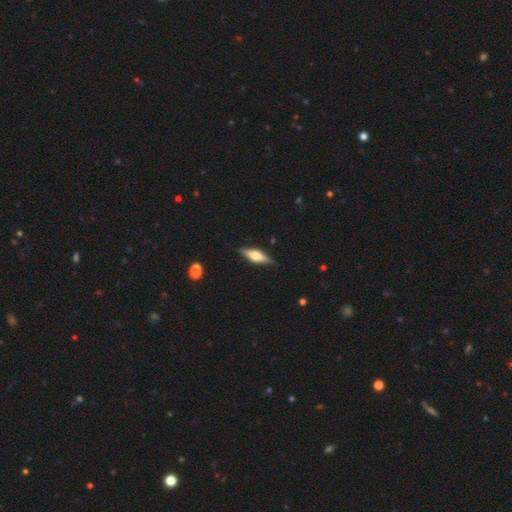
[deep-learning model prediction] smooth-or-featured: featured or disk: 62% | smooth: 32% | star or artifact: 6%
  disk-edge-on: yes: 95% | no: 5%
    edge-on-bulge: rounded: 89% | boxy: 9% | none: 2%
  merging: none: 88% | minor disturbance: 9% | major disturbance: 2% | merger: 1%